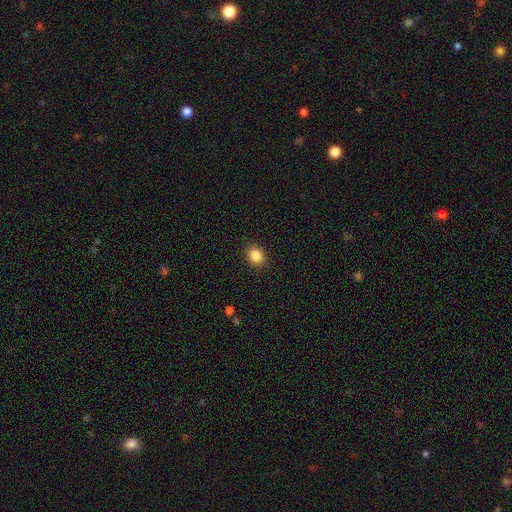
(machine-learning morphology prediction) Overall: smooth (87%). How rounded: round (59%; in between 40%). Merging: none (89%).